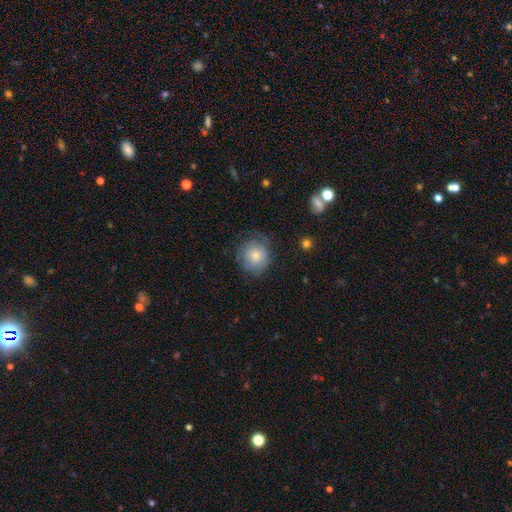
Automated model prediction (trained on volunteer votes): smooth 70%, featured or disk 22%, star or artifact 8%. Down the decision tree: how rounded — round (88%); merging — none (63%).